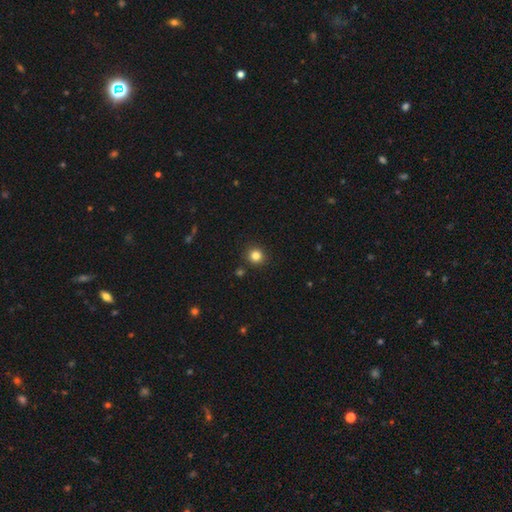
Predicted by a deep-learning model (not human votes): A smooth galaxy with no disk features (83%) that is round (91%).

Vote fractions:
- Smooth or featured? smooth: 83% / star or artifact: 12% / featured or disk: 4%
- How rounded? round: 91% / in between: 8% / cigar-shaped: 1%
- Merging? none: 89% / minor disturbance: 6% / merger: 2% / major disturbance: 2%